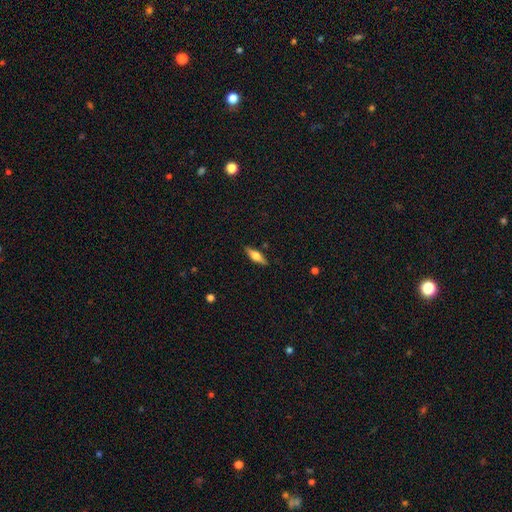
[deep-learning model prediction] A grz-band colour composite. It shows a featured or disk galaxy (49%). Merging: none (87%).